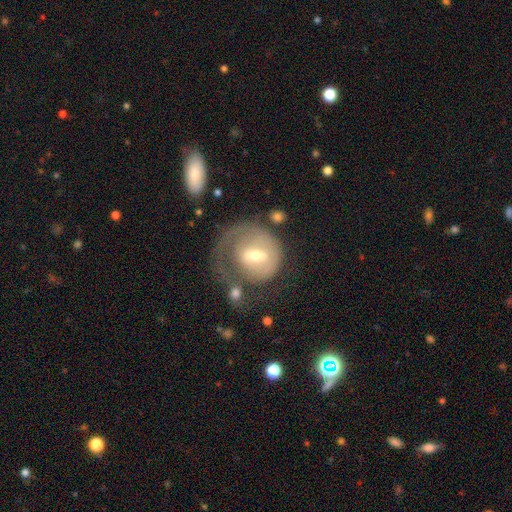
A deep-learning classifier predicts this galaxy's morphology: Smooth or featured: featured or disk — 67% (smooth — 27%)
Edge-on disk: no — 96% (yes — 4%)
Bar: weak — 53% (no — 24%)
Spiral arms: yes — 69% (no — 31%)
Bulge size: moderate — 57% (small — 36%)
Merging: major disturbance — 38% (none — 35%)